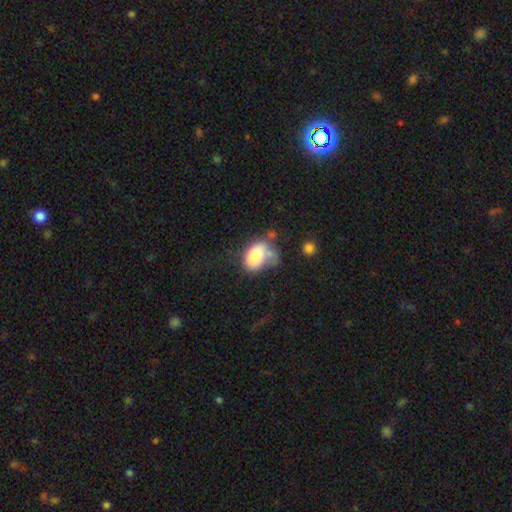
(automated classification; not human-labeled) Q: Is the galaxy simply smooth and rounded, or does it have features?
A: smooth — 79%.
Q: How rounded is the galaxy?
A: in between — 87%.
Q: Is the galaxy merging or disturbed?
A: none — 30%.